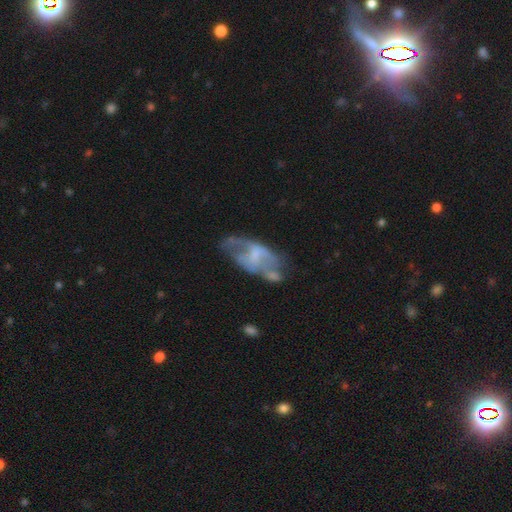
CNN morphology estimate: This appears to be a featured or disk galaxy (63%) with no bar (55%), no spiral arms (54%) and a small central bulge (36%). Merging: none (39%).